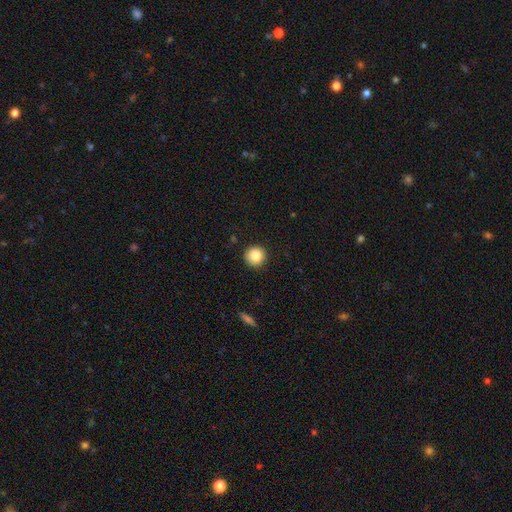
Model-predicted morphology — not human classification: smooth_or_featured: smooth (p=0.86) [alt: star or artifact p=0.09]
how_rounded: round (p=0.93) [alt: in between p=0.06]
merging: none (p=0.88) [alt: minor disturbance p=0.09]